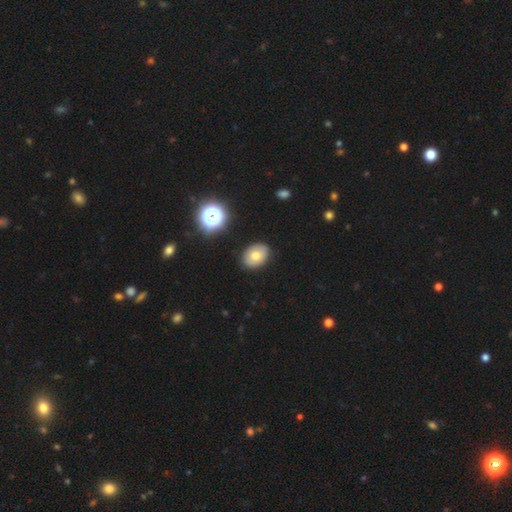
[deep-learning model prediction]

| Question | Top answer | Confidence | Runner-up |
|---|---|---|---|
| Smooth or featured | smooth | 72% | featured or disk (17%) |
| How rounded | in between | 71% | round (28%) |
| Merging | none | 88% | minor disturbance (9%) |